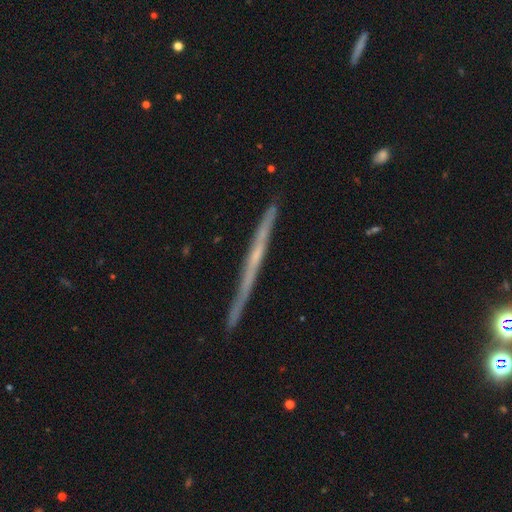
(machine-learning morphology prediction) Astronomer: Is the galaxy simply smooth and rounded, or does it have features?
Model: featured or disk — 74%.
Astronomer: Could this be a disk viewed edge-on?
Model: yes — 98%.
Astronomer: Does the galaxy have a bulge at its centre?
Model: none — 67%.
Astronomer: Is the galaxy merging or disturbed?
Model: none — 88%.